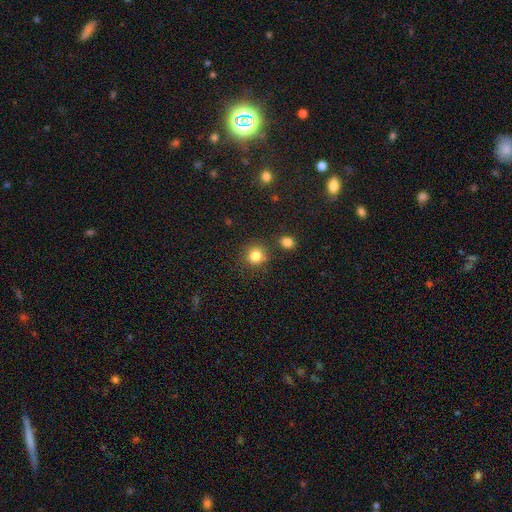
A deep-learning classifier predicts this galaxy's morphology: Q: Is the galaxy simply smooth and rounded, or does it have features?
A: smooth — 83%.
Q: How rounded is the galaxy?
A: round — 89%.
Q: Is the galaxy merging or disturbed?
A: none — 79%.